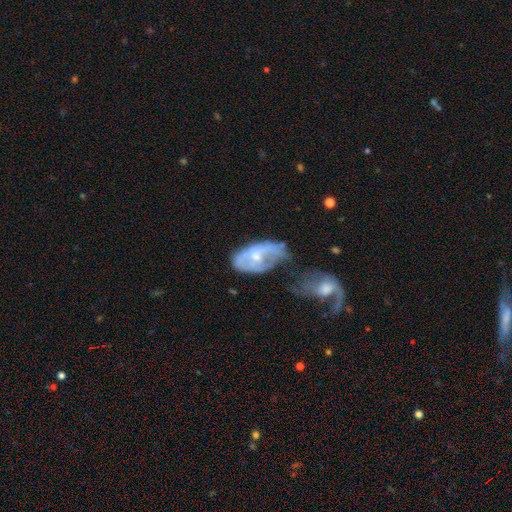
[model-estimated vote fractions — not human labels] A featured or disk galaxy (61%) with no bar (63%), spiral arms (57%) and a small central bulge (48%).

Vote fractions:
- Smooth or featured? featured or disk: 61% / smooth: 33% / star or artifact: 6%
- Edge-on disk? no: 93% / yes: 7%
- Bar? no: 63% / weak: 30% / strong: 7%
- Spiral arms? yes: 57% / no: 43%
- Bulge size? small: 48% / moderate: 45% / none: 4% / large: 2% / dominant: 1%
- Merging? none: 29% (tied) / minor disturbance: 29% (tied) / major disturbance: 23% / merger: 19%